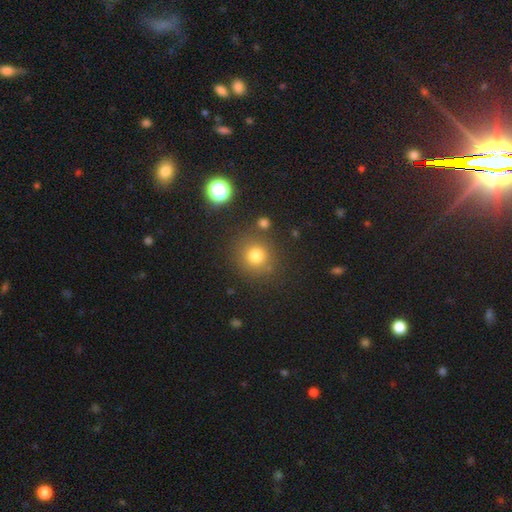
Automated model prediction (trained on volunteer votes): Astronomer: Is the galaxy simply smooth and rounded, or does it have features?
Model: smooth — 77%.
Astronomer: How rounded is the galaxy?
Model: round — 89%.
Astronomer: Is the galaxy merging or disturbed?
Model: none — 82%.